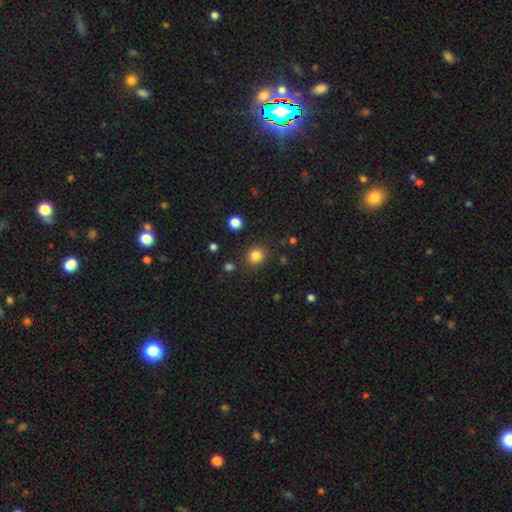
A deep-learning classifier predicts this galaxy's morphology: Smooth or featured? Predicted: smooth (p=0.83). How rounded? Predicted: round (p=0.79). Merging? Predicted: none (p=0.87).